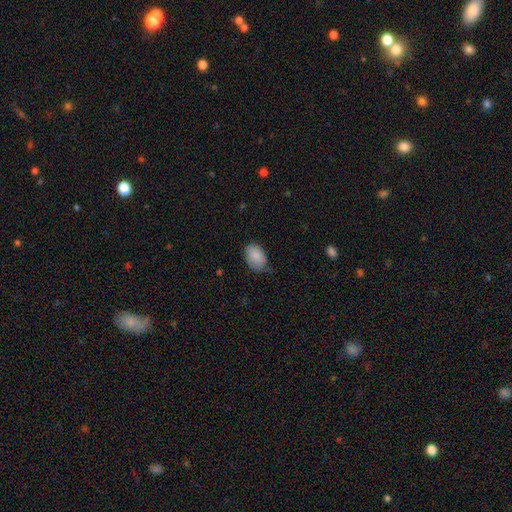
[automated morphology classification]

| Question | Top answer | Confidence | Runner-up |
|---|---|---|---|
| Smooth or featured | smooth | 88% | star or artifact (7%) |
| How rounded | in between | 87% | round (12%) |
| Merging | none | 64% | minor disturbance (29%) |